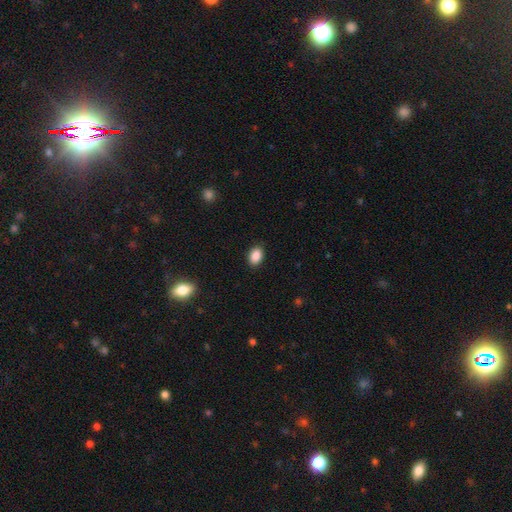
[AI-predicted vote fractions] Smooth or featured? Predicted: smooth (p=0.89). How rounded? Predicted: in between (p=0.82). Merging? Predicted: none (p=0.89).